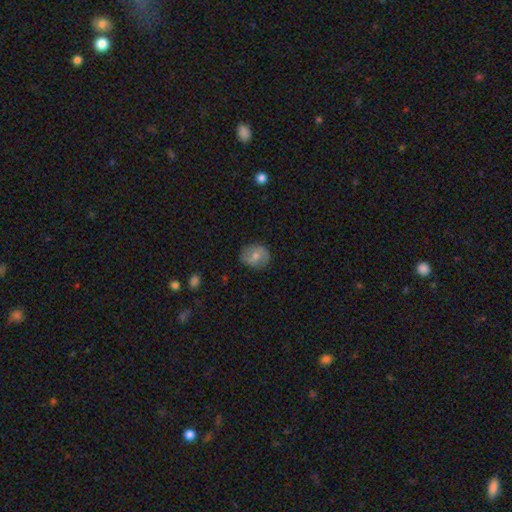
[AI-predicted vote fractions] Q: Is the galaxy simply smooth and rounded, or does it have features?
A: smooth — 50%.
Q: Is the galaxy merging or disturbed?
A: none — 83%.